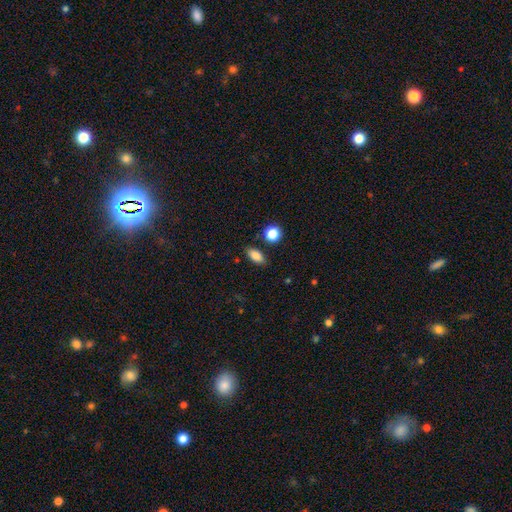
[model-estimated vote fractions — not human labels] smooth_or_featured: smooth (p=0.84) [alt: star or artifact p=0.09]
how_rounded: in between (p=0.84) [alt: round p=0.09]
merging: none (p=0.84) [alt: minor disturbance p=0.10]